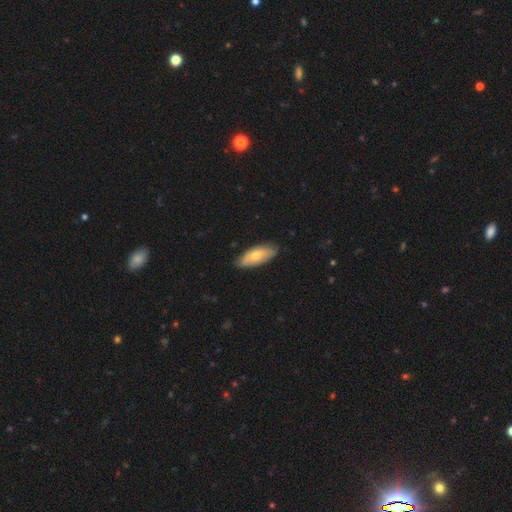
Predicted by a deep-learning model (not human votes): This appears to be a smooth galaxy with no disk features (64%) that is in between round and cigar-shaped (84%). Merging: none (77%).